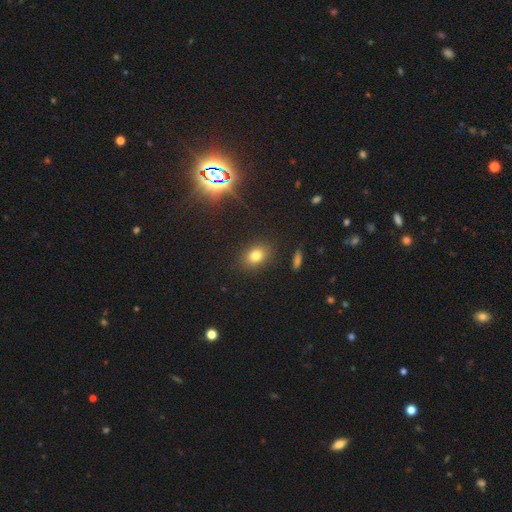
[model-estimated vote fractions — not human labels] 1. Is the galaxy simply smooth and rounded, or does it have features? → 76% smooth, 15% star or artifact, 9% featured or disk.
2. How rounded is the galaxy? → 66% in between, 32% round, 2% cigar-shaped.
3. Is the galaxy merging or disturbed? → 86% none, 10% minor disturbance, 3% major disturbance, 2% merger.